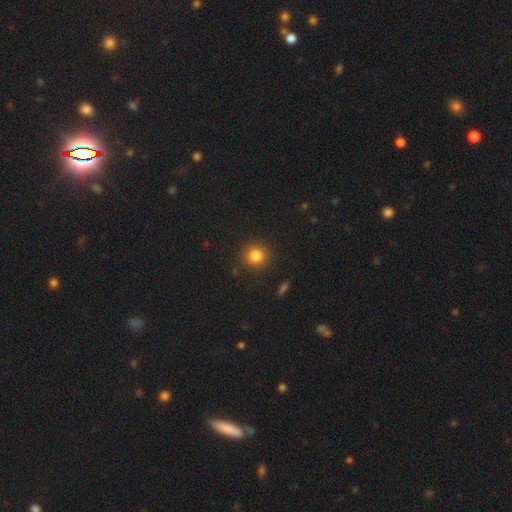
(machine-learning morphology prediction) A smooth galaxy with no disk features (82%) that is round (91%).

Vote fractions:
- Smooth or featured? smooth: 82% / star or artifact: 12% / featured or disk: 6%
- How rounded? round: 91% / in between: 8% / cigar-shaped: 1%
- Merging? none: 89% / minor disturbance: 7% / major disturbance: 2% / merger: 1%